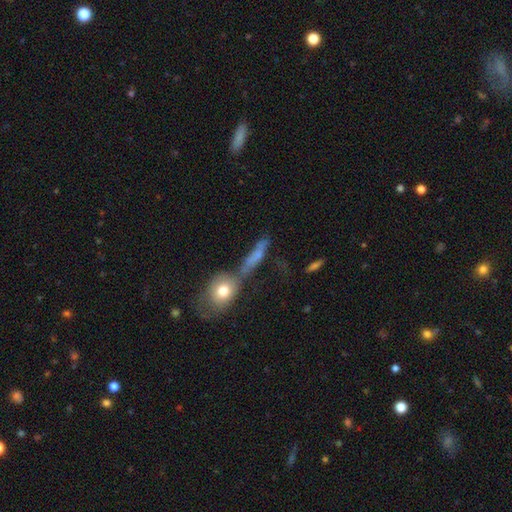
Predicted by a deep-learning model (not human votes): Smooth or featured: smooth — 55% (featured or disk — 31%)
How rounded: cigar-shaped — 59% (in between — 29%)
Merging: none — 40% (merger — 35%)